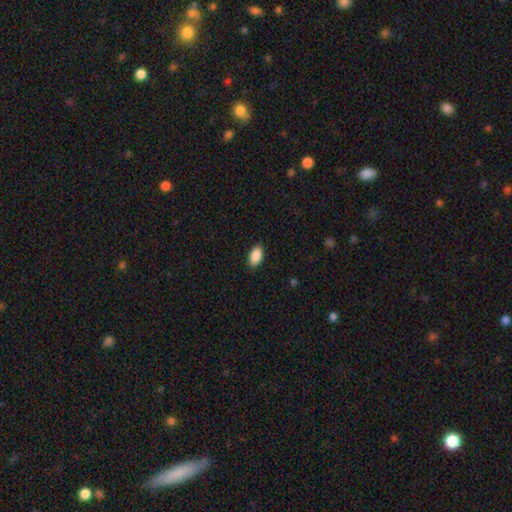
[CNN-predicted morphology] Q: Smooth or featured?
A: smooth (90%); runner-up: star or artifact (7%)
Q: How rounded?
A: in between (94%); runner-up: round (4%)
Q: Merging?
A: none (89%); runner-up: minor disturbance (8%)